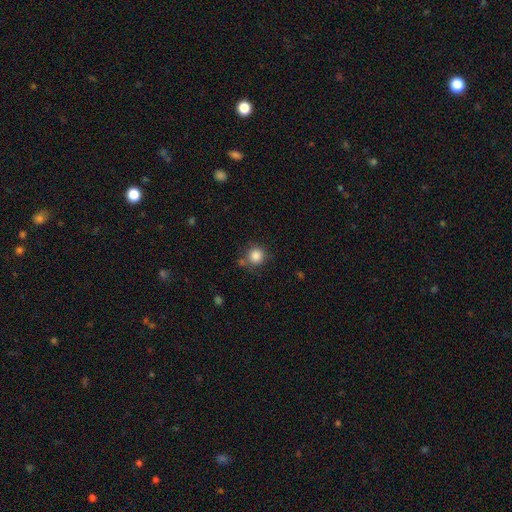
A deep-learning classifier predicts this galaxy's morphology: Q: Smooth or featured?
A: smooth (86%); runner-up: star or artifact (10%)
Q: How rounded?
A: round (92%); runner-up: in between (7%)
Q: Merging?
A: none (76%); runner-up: minor disturbance (12%)